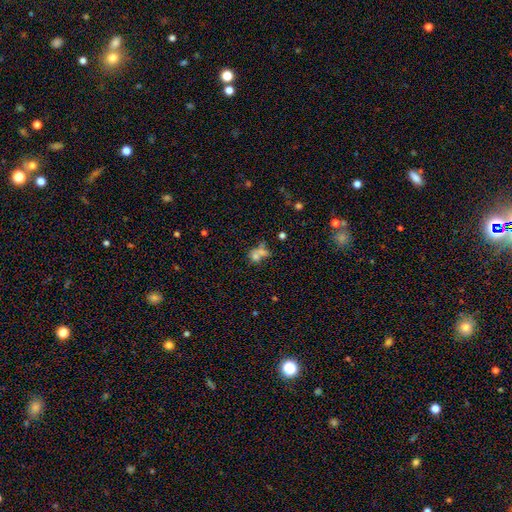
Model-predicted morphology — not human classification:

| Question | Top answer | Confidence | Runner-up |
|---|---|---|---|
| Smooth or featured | smooth | 61% | featured or disk (21%) |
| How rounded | round | 50% | in between (45%) |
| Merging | merger | 49% | none (30%) |